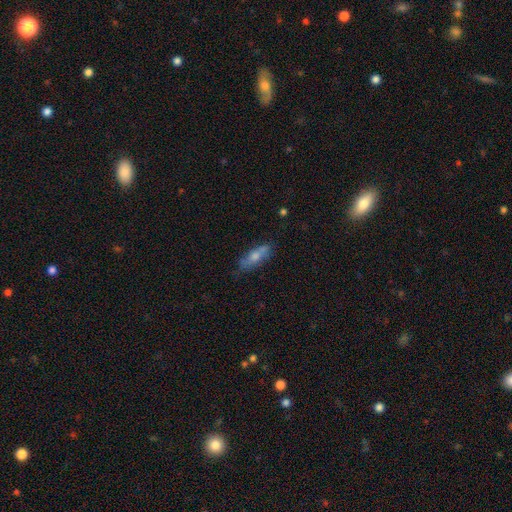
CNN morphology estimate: Smooth or featured: smooth — 61% (featured or disk — 32%)
How rounded: in between — 57% (cigar-shaped — 41%)
Merging: none — 67% (minor disturbance — 23%)